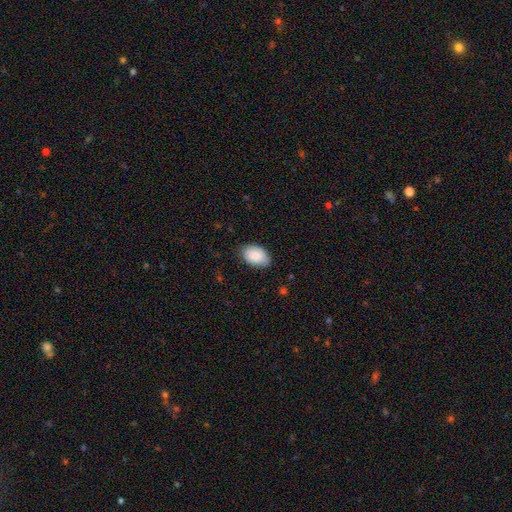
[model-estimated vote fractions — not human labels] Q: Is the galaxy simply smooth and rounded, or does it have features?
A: smooth — 86%.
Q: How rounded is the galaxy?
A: in between — 91%.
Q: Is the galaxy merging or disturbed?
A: none — 79%.